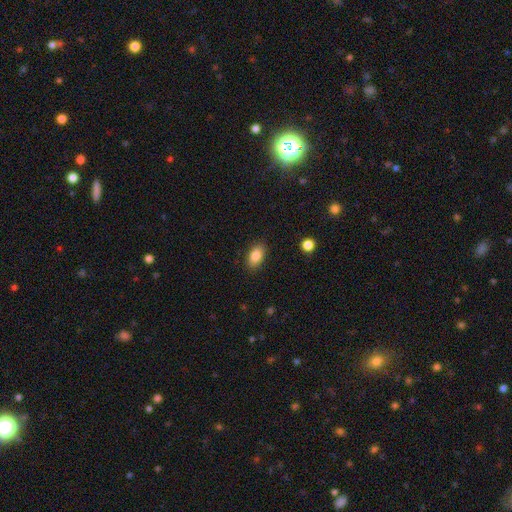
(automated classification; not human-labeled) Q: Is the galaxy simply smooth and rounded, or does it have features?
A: smooth — 85%.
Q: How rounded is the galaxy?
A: in between — 91%.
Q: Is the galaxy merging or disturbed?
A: none — 88%.